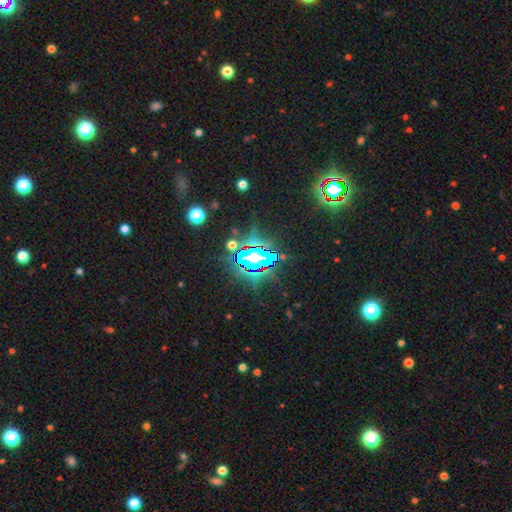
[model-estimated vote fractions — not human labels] This is likely a star or artifact rather than a galaxy (79%).